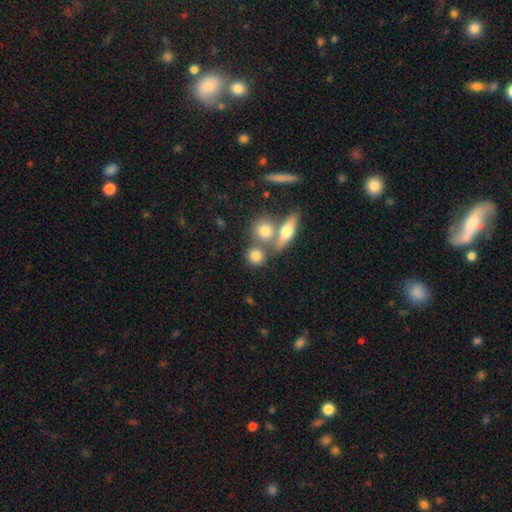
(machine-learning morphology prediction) A smooth galaxy with no disk features (76%) that is round (77%). Merging: none (55%).